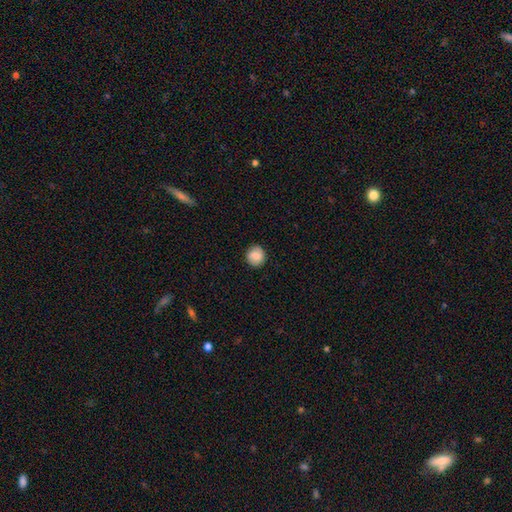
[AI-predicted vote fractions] This appears to be a smooth galaxy with no disk features (83%) that is round (86%). Merging: none (86%).